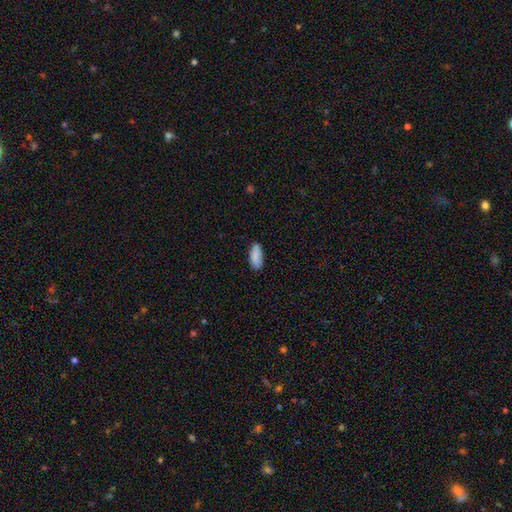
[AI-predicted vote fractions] This is clearly a smooth galaxy (88%). How rounded: clearly in between (83%). Merging: clearly none (80%).